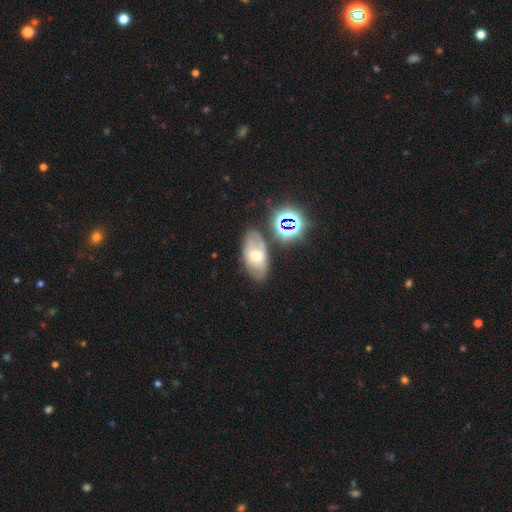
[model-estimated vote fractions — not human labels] featured or disk 45%, smooth 34%, star or artifact 21%. Down the decision tree: merging — none (68%).